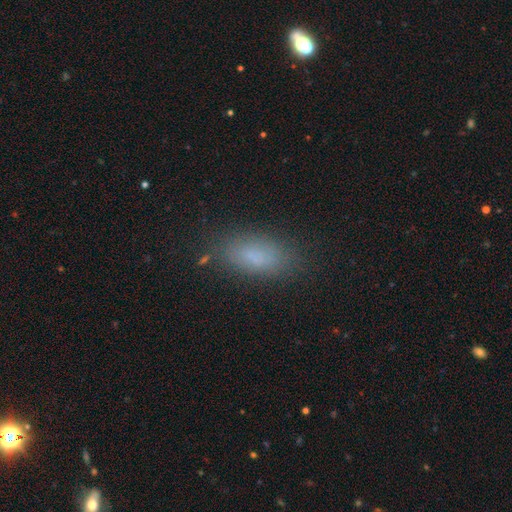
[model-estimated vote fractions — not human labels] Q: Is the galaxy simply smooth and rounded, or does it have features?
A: smooth — 80%.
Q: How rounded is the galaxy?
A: in between — 79%.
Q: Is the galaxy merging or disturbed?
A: none — 83%.